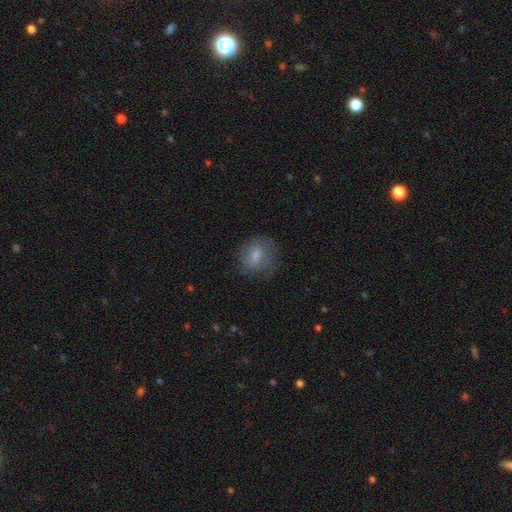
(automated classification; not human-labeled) This appears to be a smooth galaxy with no disk features (68%) that is round (54%). Merging: none (59%).